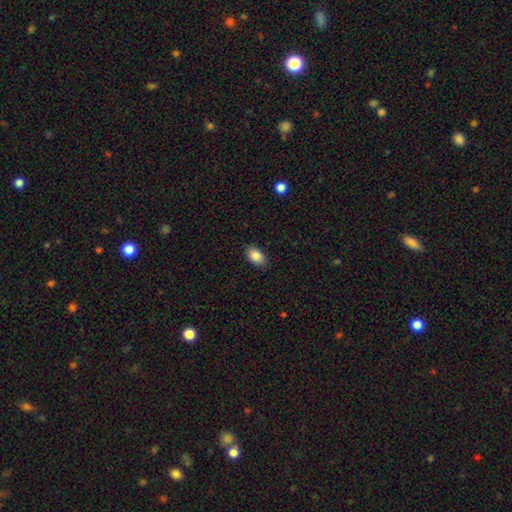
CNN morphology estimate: smooth_or_featured: smooth (p=0.87) [alt: star or artifact p=0.07]
how_rounded: in between (p=0.89) [alt: round p=0.09]
merging: none (p=0.87) [alt: minor disturbance p=0.09]